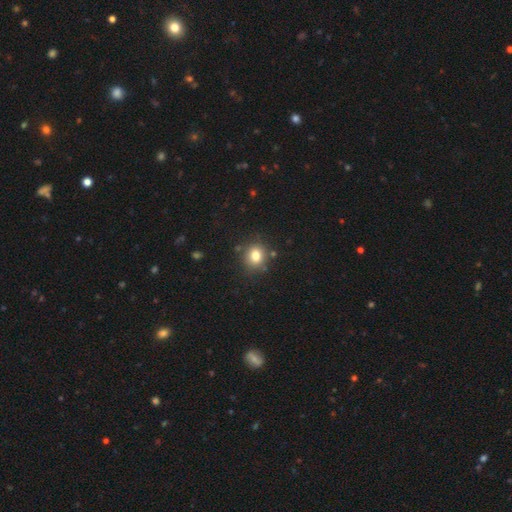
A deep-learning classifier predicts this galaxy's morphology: This is likely a smooth galaxy (79%). How rounded: likely round (76%). Merging: clearly none (82%).